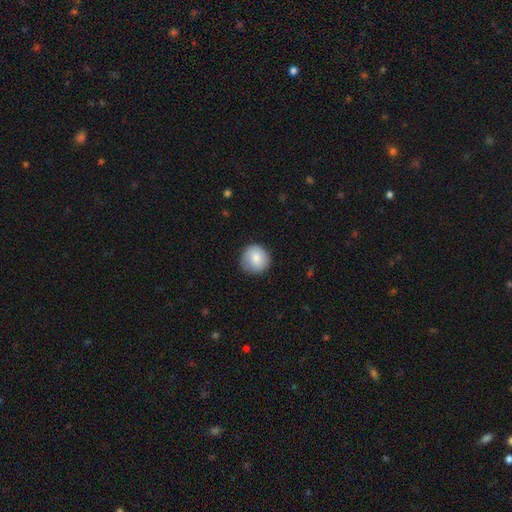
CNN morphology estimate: The model was most divided on "merging": none: 84%, minor disturbance: 13%, major disturbance: 3%, merger: 1%. More confident: how rounded — round (93%); smooth or featured — smooth (84%).